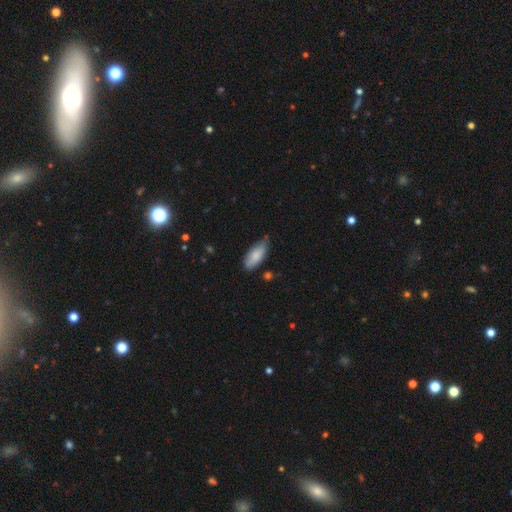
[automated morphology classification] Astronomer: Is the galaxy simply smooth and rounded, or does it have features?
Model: smooth — 83%.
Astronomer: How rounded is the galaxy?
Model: in between — 81%.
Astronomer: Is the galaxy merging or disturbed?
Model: none — 69%.